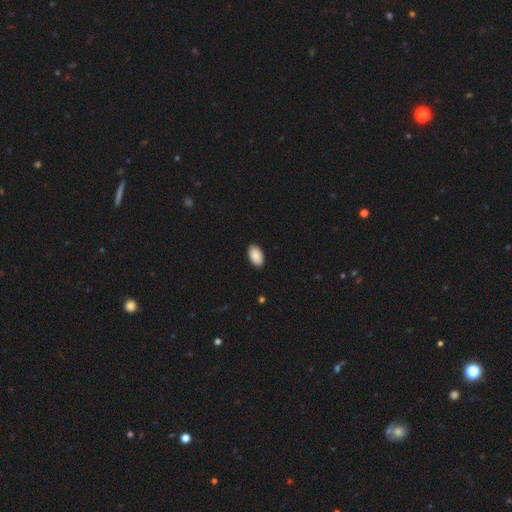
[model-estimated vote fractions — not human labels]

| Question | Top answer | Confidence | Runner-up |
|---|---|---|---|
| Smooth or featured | smooth | 91% | star or artifact (6%) |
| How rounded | in between | 94% | round (5%) |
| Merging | none | 90% | minor disturbance (8%) |